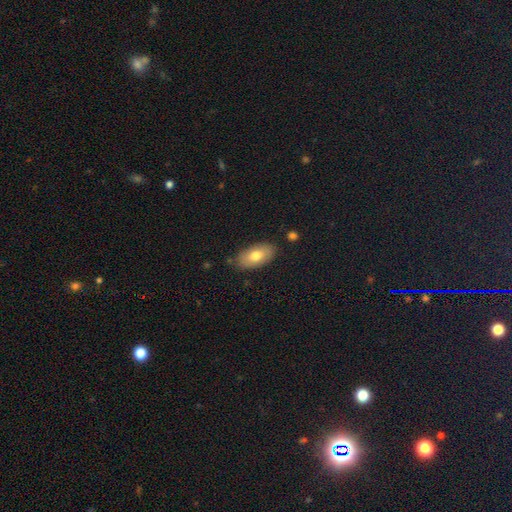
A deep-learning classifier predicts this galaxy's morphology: A smooth galaxy with no disk features (73%) that is in between round and cigar-shaped (92%). Merging: none (81%).